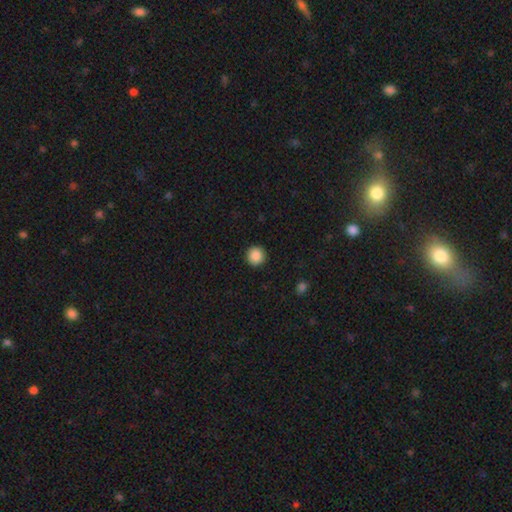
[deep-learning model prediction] Smooth or featured?
  - smooth: 88% *
  - star or artifact: 9%
  - featured or disk: 3%
How rounded?
  - round: 95% *
  - in between: 4%
  - cigar-shaped: 1%
Merging?
  - none: 93% *
  - minor disturbance: 5%
  - major disturbance: 2%
  - merger: 1%